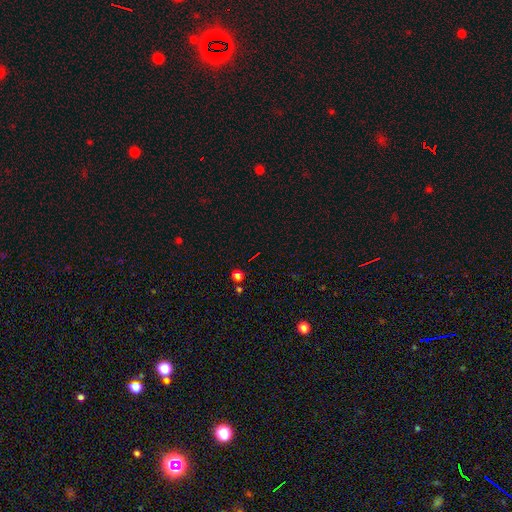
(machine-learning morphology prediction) A star or artifact, not a galaxy (67%).

Vote fractions:
- Smooth or featured? star or artifact: 67% / smooth: 24% / featured or disk: 9%